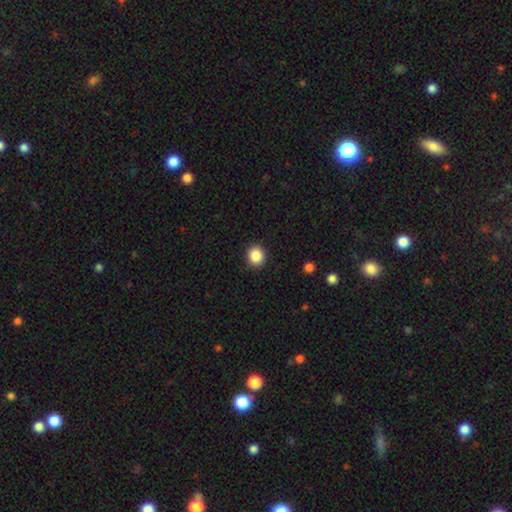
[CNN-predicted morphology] smooth_or_featured: smooth (p=0.87) [alt: star or artifact p=0.09]
how_rounded: round (p=0.83) [alt: in between p=0.17]
merging: none (p=0.91) [alt: minor disturbance p=0.06]